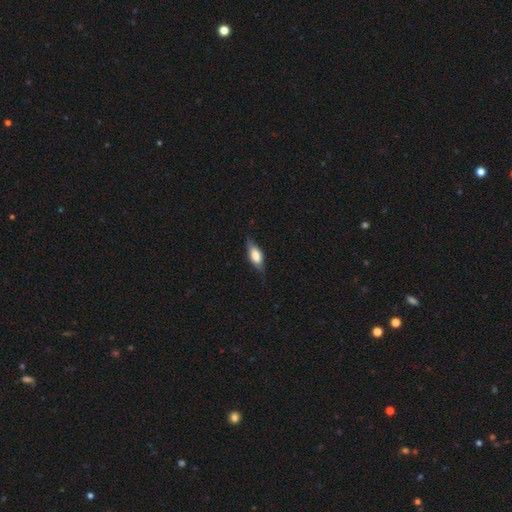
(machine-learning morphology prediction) smooth-or-featured: smooth: 60% | featured or disk: 33% | star or artifact: 7%
  how-rounded: in between: 72% | cigar-shaped: 24% | round: 4%
  merging: none: 76% | minor disturbance: 19% | major disturbance: 4% | merger: 1%